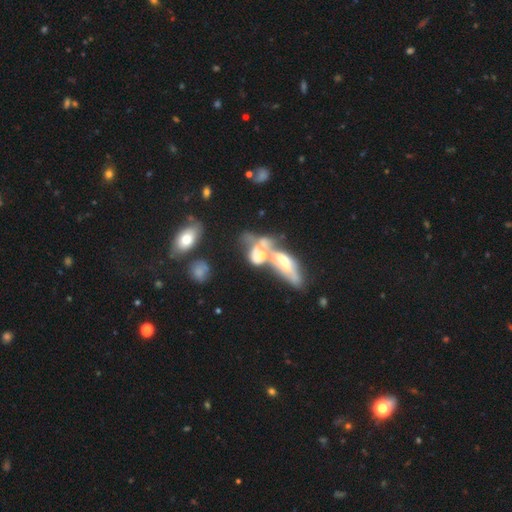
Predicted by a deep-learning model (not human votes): This appears to be a featured or disk galaxy (55%). Merging: merger (71%).